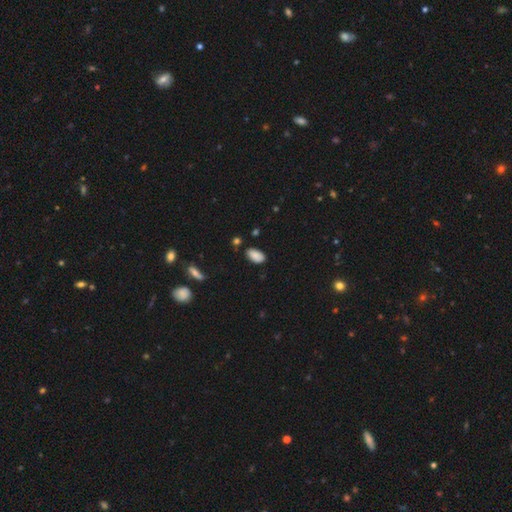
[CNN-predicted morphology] smooth 87%, star or artifact 8%, featured or disk 5%. Down the decision tree: how rounded — in between (95%); merging — none (79%).